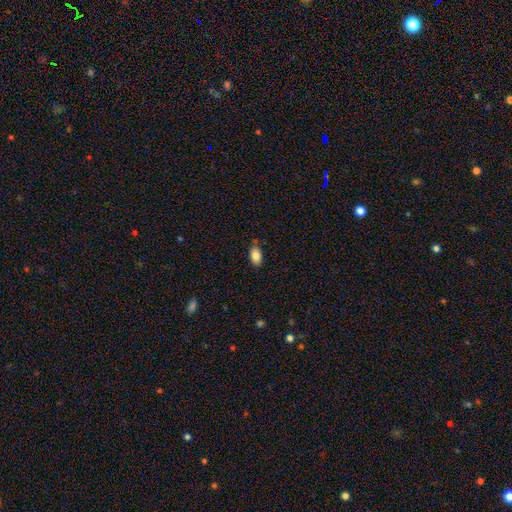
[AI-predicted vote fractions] Smooth or featured? Predicted: smooth (p=0.84). How rounded? Predicted: in between (p=0.92). Merging? Predicted: none (p=0.82).